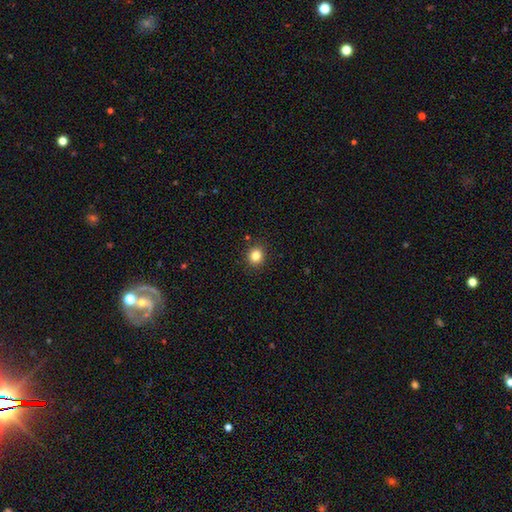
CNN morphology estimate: type=smooth (83%); roundness=round (84%); merging=none (90%).